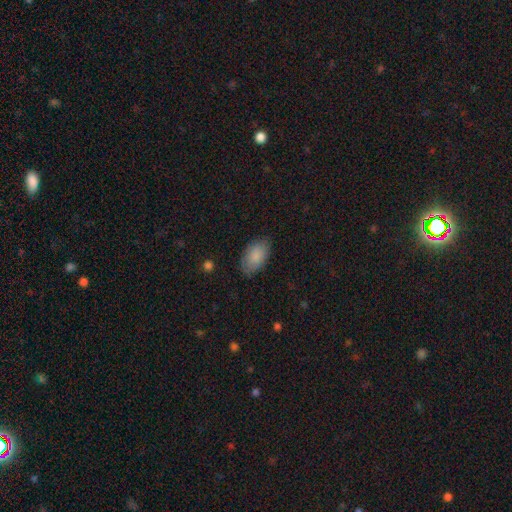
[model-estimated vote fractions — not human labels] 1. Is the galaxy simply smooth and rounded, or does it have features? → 86% smooth, 8% featured or disk, 6% star or artifact.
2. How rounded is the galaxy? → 94% in between, 4% round, 2% cigar-shaped.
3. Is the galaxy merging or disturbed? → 82% none, 14% minor disturbance, 3% major disturbance, 1% merger.